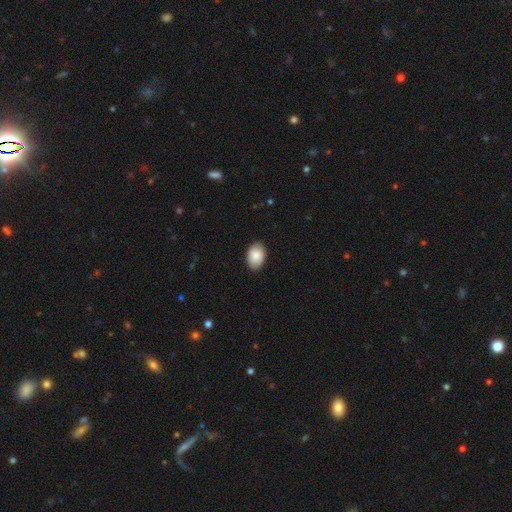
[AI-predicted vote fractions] smooth 89%, star or artifact 6%, featured or disk 5%. Down the decision tree: how rounded — in between (87%); merging — none (86%).